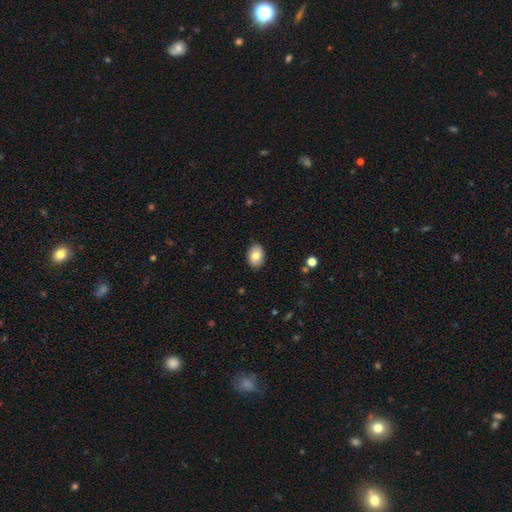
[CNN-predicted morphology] smooth-or-featured: smooth: 80% | featured or disk: 12% | star or artifact: 8%
  how-rounded: in between: 79% | round: 20% | cigar-shaped: 1%
  merging: none: 88% | minor disturbance: 9% | major disturbance: 2% | merger: 1%